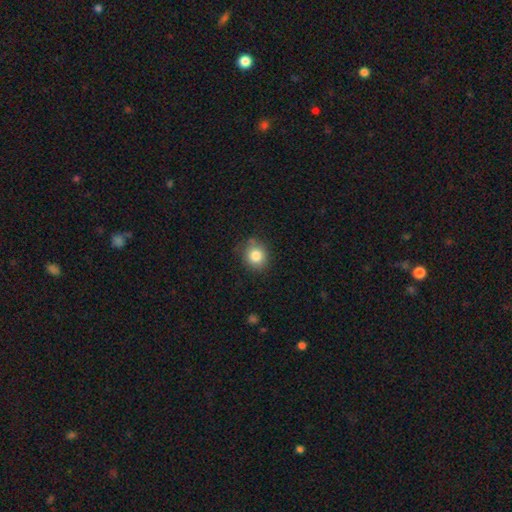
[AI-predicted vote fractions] Smooth or featured: smooth — 83% (star or artifact — 10%)
How rounded: round — 81% (in between — 18%)
Merging: none — 81% (minor disturbance — 14%)